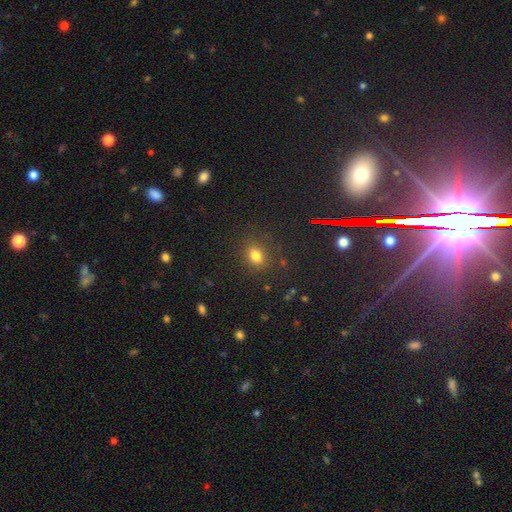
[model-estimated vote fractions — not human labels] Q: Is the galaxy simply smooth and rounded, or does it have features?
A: smooth — 75%.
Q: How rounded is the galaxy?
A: round — 57%.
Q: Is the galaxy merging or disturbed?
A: none — 82%.